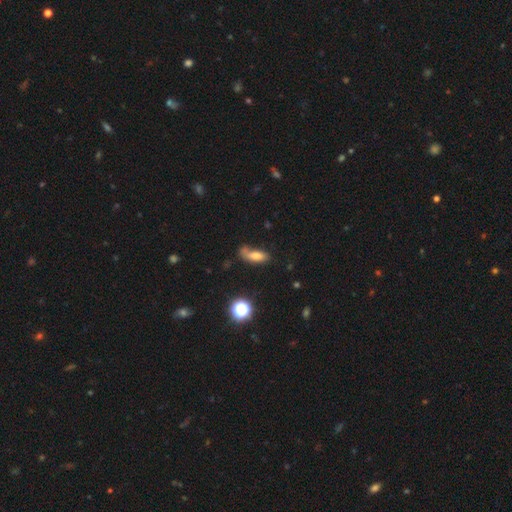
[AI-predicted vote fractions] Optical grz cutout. It shows a smooth galaxy with no disk features (70%) that is in between round and cigar-shaped (68%). Merging: none (45%).